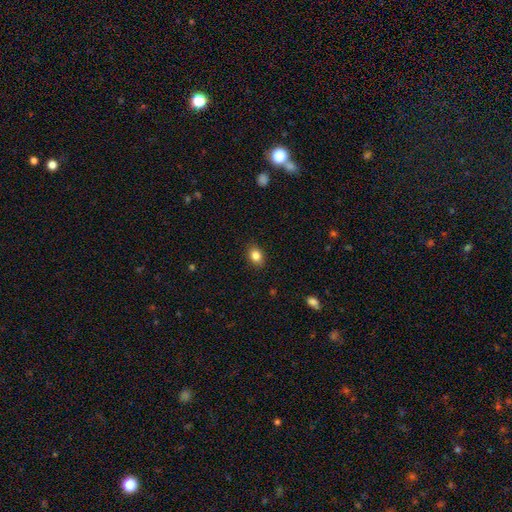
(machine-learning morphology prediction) Smooth or featured: smooth — 84% (star or artifact — 9%)
How rounded: in between — 73% (round — 26%)
Merging: none — 88% (minor disturbance — 9%)